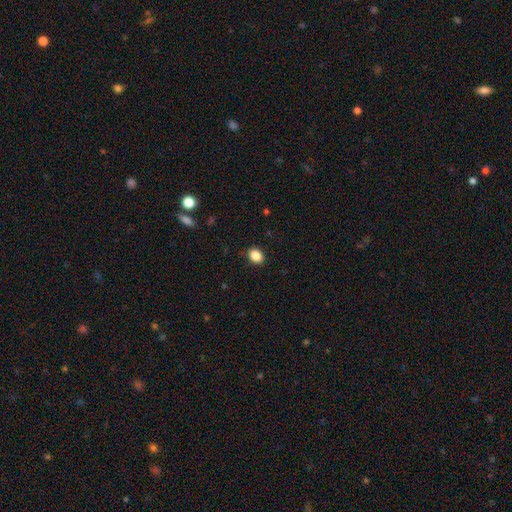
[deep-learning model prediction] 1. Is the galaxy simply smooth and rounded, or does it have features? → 87% smooth, 9% star or artifact, 4% featured or disk.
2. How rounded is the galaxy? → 63% in between, 36% round, 1% cigar-shaped.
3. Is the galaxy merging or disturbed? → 88% none, 9% minor disturbance, 2% major disturbance, 1% merger.